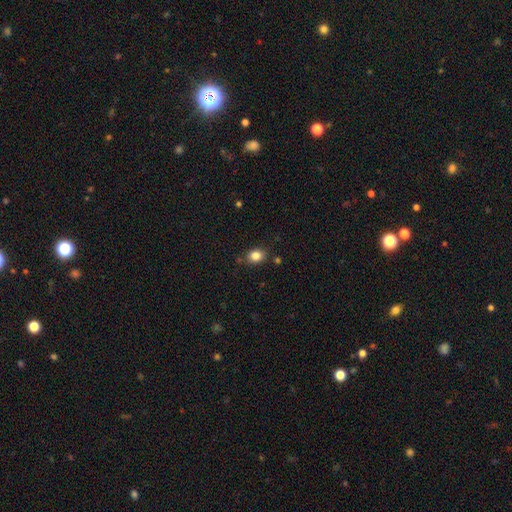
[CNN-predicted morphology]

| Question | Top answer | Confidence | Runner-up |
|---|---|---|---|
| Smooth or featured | smooth | 84% | star or artifact (10%) |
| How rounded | in between | 60% | round (39%) |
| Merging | none | 83% | minor disturbance (12%) |